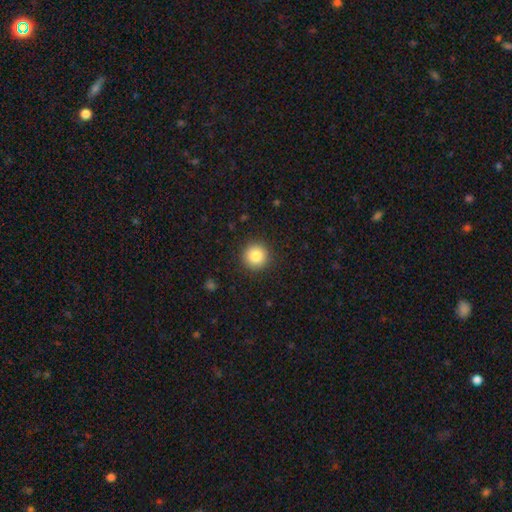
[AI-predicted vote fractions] Overall: smooth (85%). How rounded: round (95%). Merging: none (92%).